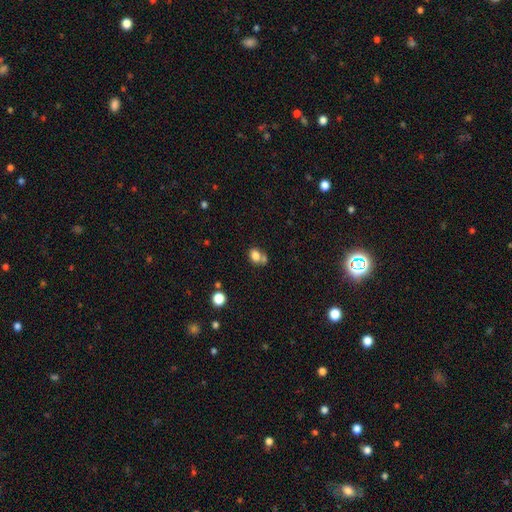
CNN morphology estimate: A smooth galaxy with no disk features (78%) that is in between round and cigar-shaped (54%). Merging: none (43%).